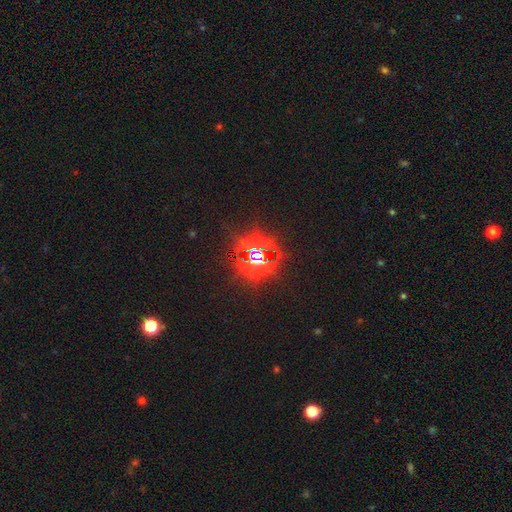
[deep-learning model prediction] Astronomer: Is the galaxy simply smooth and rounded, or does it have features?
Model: star or artifact — 81%.